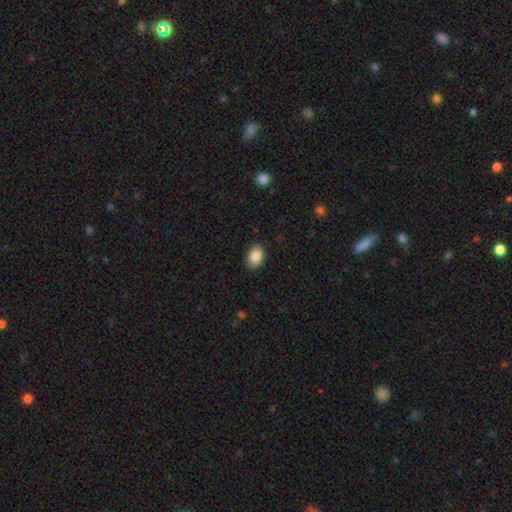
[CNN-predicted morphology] Smooth or featured? Predicted: smooth (p=0.87). How rounded? Predicted: in between (p=0.81). Merging? Predicted: none (p=0.86).